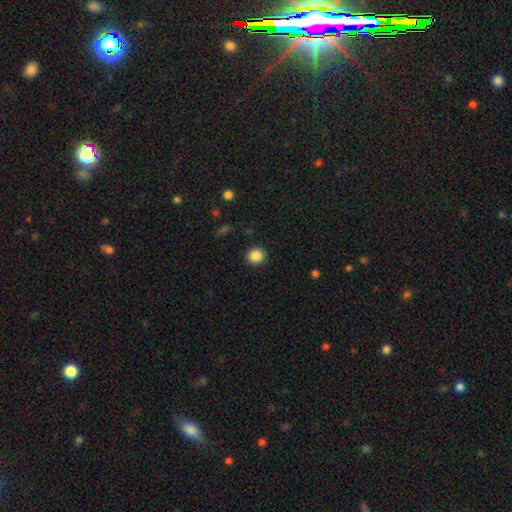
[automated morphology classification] A smooth galaxy with no disk features (87%) that is round (93%). Merging: none (91%).